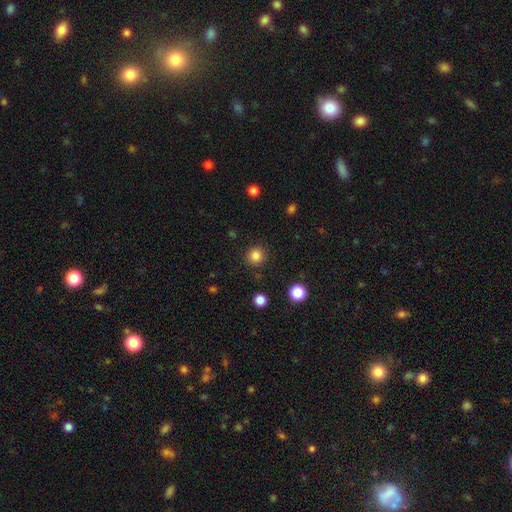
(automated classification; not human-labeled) A smooth galaxy with no disk features (84%) that is round (94%). Merging: none (90%).